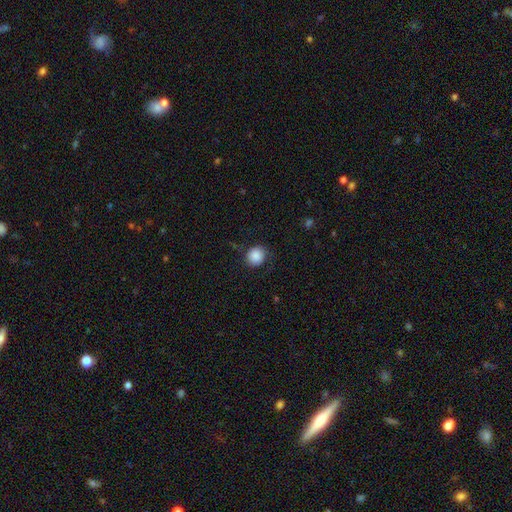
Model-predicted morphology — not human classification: Smooth or featured: smooth — 87% (star or artifact — 8%)
How rounded: round — 84% (in between — 15%)
Merging: none — 79% (minor disturbance — 15%)